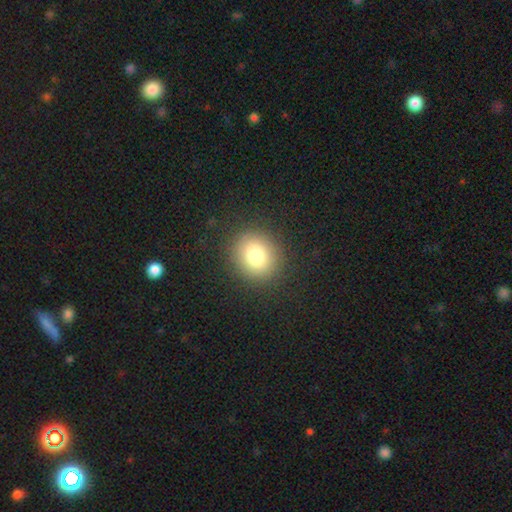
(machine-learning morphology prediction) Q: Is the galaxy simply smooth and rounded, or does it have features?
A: smooth — 81%.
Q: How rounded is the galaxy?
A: round — 80%.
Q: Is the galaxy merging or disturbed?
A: none — 89%.